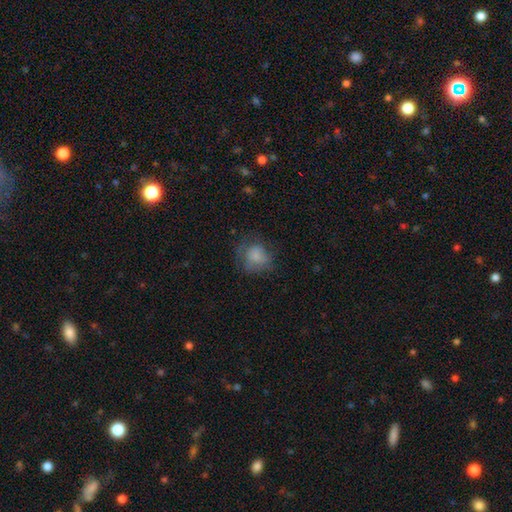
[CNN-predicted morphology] Smooth or featured? smooth (73%)
How rounded? round (72%)
Merging? none (50%)